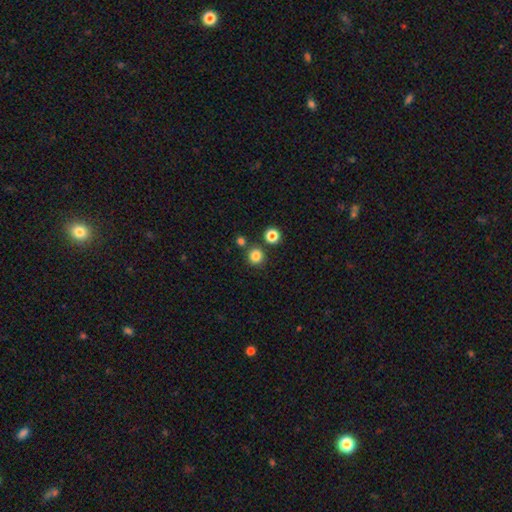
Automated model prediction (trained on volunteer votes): smooth_or_featured: smooth (p=0.83) [alt: star or artifact p=0.13]
how_rounded: round (p=0.93) [alt: in between p=0.06]
merging: none (p=0.82) [alt: merger p=0.09]